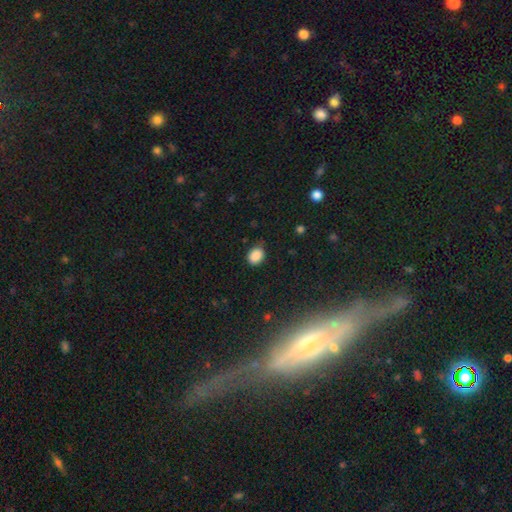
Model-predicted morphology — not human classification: Smooth or featured: smooth — 87% (star or artifact — 9%)
How rounded: in between — 57% (round — 42%)
Merging: none — 74% (minor disturbance — 21%)